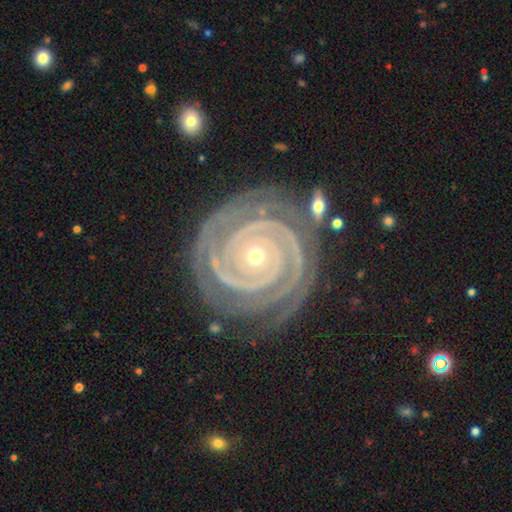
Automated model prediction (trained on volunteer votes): smooth_or_featured: featured or disk (p=0.93) [alt: star or artifact p=0.04]
disk_edge_on: no (p=0.98) [alt: yes p=0.02]
bar: no (p=0.76) [alt: strong p=0.12]
has_spiral_arms: yes (p=0.99) [alt: no p=0.01]
spiral_winding: tight (p=0.91) [alt: medium p=0.07]
spiral_arm_count: 2 (p=0.65) [alt: 3 p=0.14]
bulge_size: small (p=0.72) [alt: moderate p=0.25]
merging: none (p=0.83) [alt: minor disturbance p=0.12]